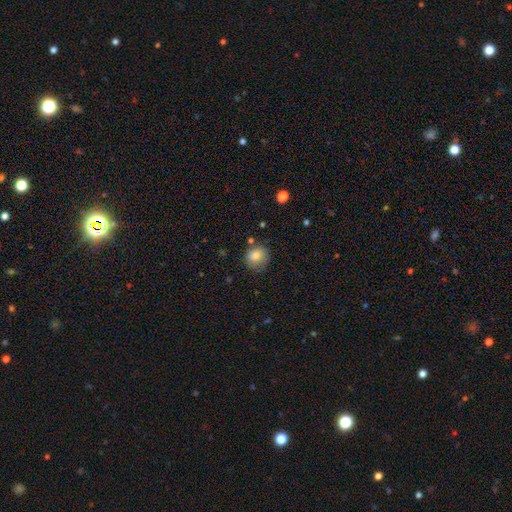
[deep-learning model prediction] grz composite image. It shows a smooth galaxy with no disk features (83%) that is round (83%). Merging: none (70%).